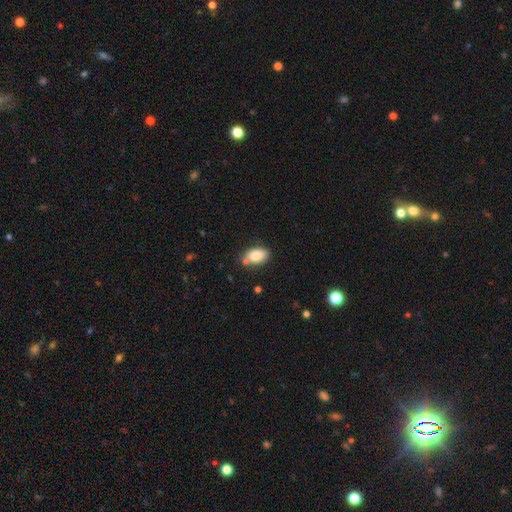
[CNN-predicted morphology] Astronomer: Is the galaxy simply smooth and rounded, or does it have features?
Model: smooth — 85%.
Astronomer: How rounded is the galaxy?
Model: in between — 89%.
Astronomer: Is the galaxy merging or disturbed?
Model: none — 70%.